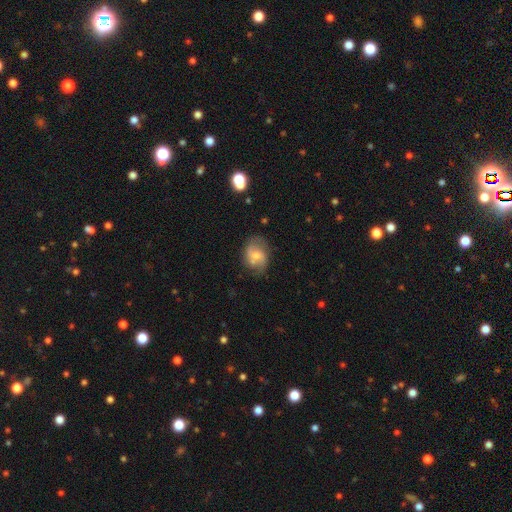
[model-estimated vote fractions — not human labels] smooth-or-featured: featured or disk: 55% | smooth: 36% | star or artifact: 9%
  disk-edge-on: no: 97% | yes: 3%
    bar: no: 49% | weak: 42% | strong: 9%
    has-spiral-arms: yes: 78% | no: 22%
    bulge-size: moderate: 53% | small: 38% | none: 4% | large: 4% | dominant: 1%
  merging: none: 62% | minor disturbance: 22% | merger: 8% | major disturbance: 8%